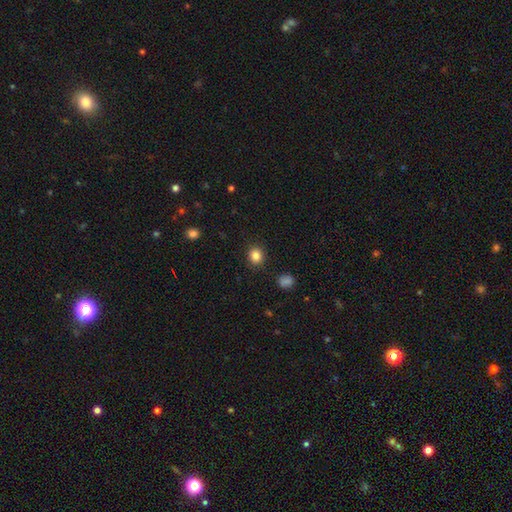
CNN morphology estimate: Smooth or featured? smooth (85%)
How rounded? round (80%)
Merging? none (90%)